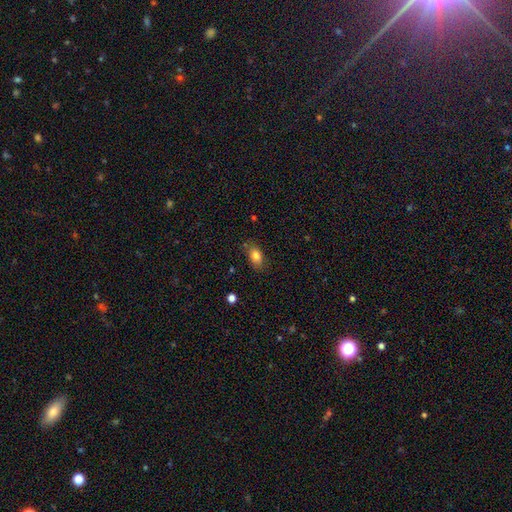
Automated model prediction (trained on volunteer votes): Smooth or featured: smooth — 82% (star or artifact — 9%)
How rounded: in between — 86% (round — 12%)
Merging: none — 79% (minor disturbance — 15%)